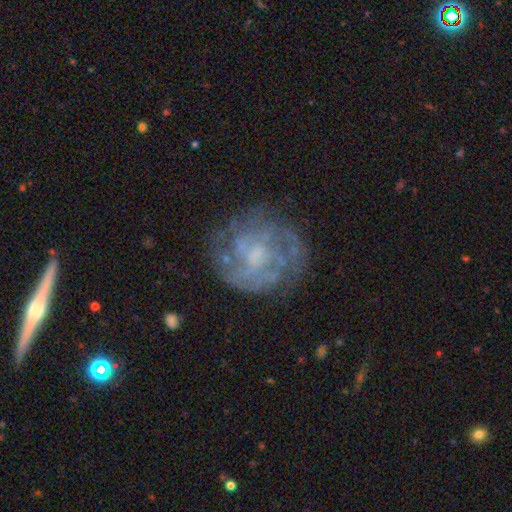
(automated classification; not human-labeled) Q: Smooth or featured?
A: featured or disk (76%); runner-up: smooth (16%)
Q: Edge-on disk?
A: no (98%); runner-up: yes (2%)
Q: Bar?
A: no (64%); runner-up: weak (31%)
Q: Spiral arms?
A: yes (78%); runner-up: no (22%)
Q: Spiral winding?
A: tight (54%); runner-up: medium (34%)
Q: Spiral arm count?
A: can't tell (45%); runner-up: 2 (19%)
Q: Bulge size?
A: small (35%); runner-up: moderate (32%)
Q: Merging?
A: none (71%); runner-up: minor disturbance (16%)